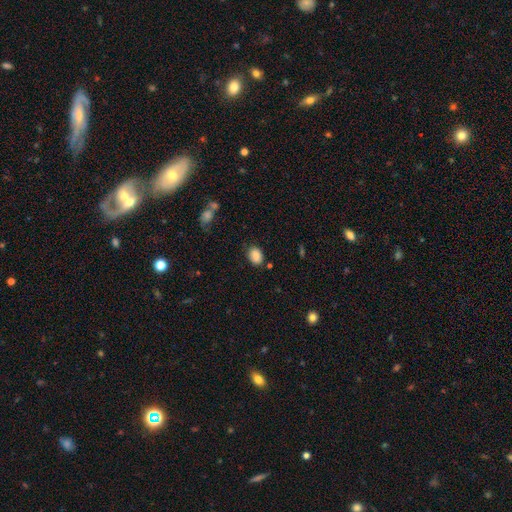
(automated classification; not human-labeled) Smooth or featured: smooth — 87% (star or artifact — 9%)
How rounded: in between — 72% (round — 27%)
Merging: none — 79% (minor disturbance — 15%)